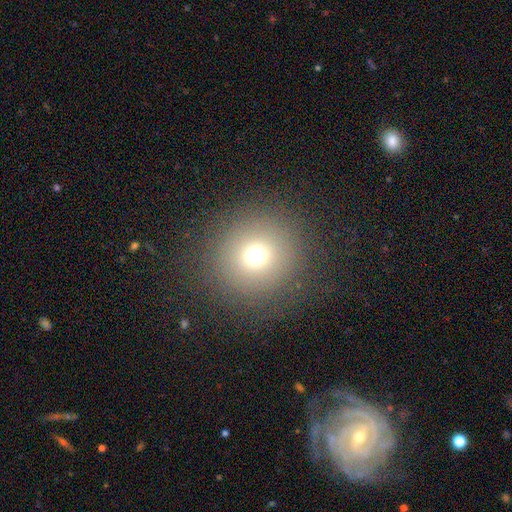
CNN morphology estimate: type=smooth (70%); roundness=round (94%); merging=none (87%).